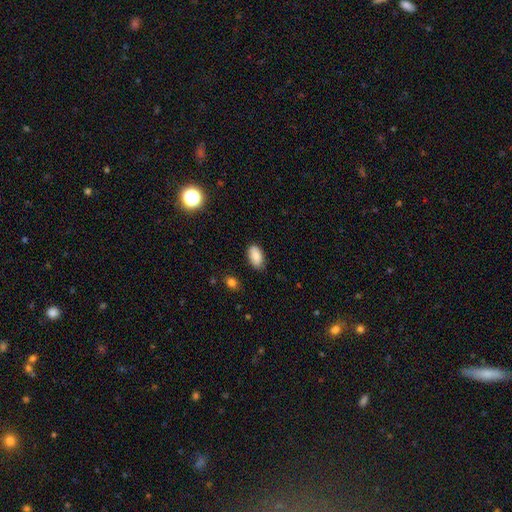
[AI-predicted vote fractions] Smooth or featured? Predicted: smooth (p=0.87). How rounded? Predicted: in between (p=0.93). Merging? Predicted: none (p=0.76).